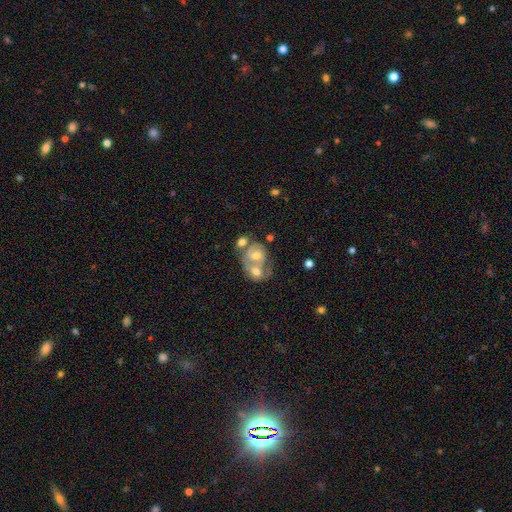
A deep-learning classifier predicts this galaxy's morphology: Smooth or featured? Predicted: featured or disk (p=0.56). Edge-on disk? Predicted: no (p=0.97). Bar? Predicted: no (p=0.77). Spiral arms? Predicted: no (p=0.55). Bulge size? Predicted: moderate (p=0.65). Merging? Predicted: merger (p=0.68).